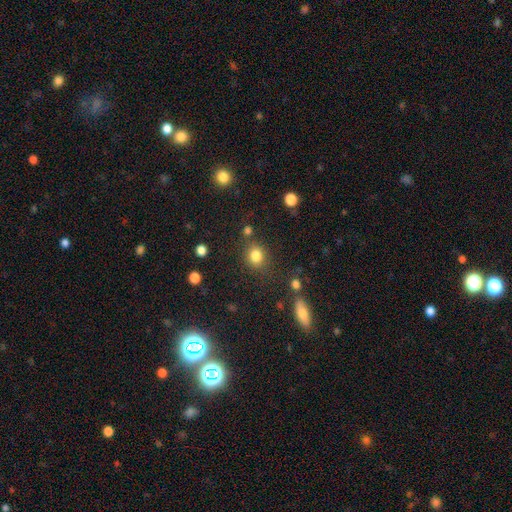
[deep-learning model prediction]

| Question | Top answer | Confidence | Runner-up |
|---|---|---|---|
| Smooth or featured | smooth | 82% | star or artifact (12%) |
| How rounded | round | 75% | in between (24%) |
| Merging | none | 78% | minor disturbance (11%) |